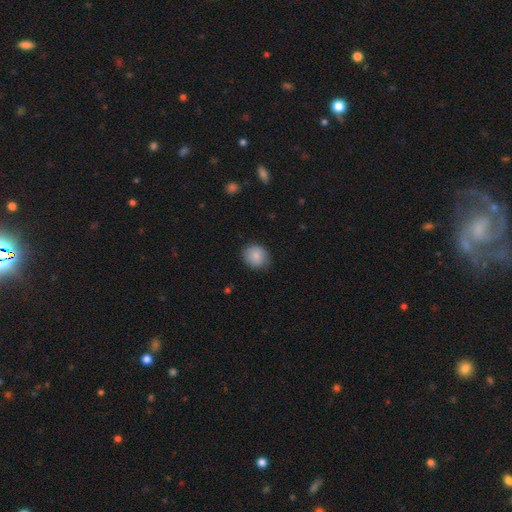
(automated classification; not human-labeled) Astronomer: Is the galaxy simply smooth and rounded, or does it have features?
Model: smooth — 86%.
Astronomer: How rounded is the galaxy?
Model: round — 70%.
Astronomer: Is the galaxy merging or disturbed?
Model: none — 81%.